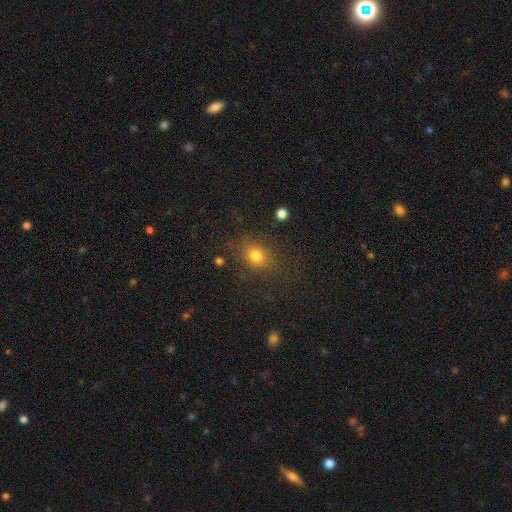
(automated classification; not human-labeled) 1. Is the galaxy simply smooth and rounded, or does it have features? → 77% smooth, 13% star or artifact, 9% featured or disk.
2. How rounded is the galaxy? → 54% in between, 45% round, 2% cigar-shaped.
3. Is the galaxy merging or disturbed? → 77% none, 14% minor disturbance, 7% major disturbance, 2% merger.